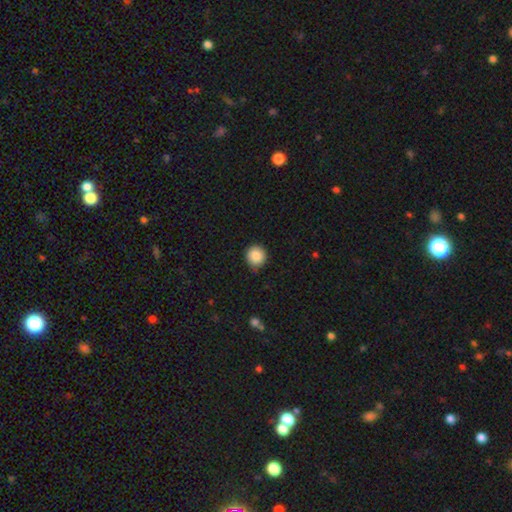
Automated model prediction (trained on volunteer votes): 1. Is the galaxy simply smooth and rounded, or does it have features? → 86% smooth, 9% star or artifact, 5% featured or disk.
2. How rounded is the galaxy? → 92% round, 7% in between, 1% cigar-shaped.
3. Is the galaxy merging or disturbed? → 80% none, 16% minor disturbance, 2% major disturbance, 1% merger.